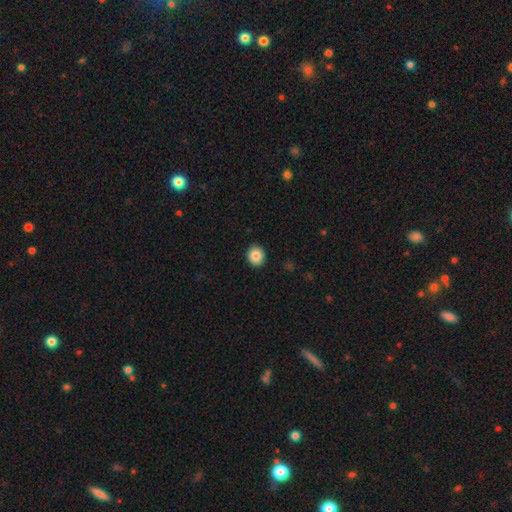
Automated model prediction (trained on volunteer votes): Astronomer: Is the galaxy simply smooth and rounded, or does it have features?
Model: smooth — 86%.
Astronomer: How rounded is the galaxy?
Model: round — 74%.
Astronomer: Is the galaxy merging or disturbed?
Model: none — 92%.